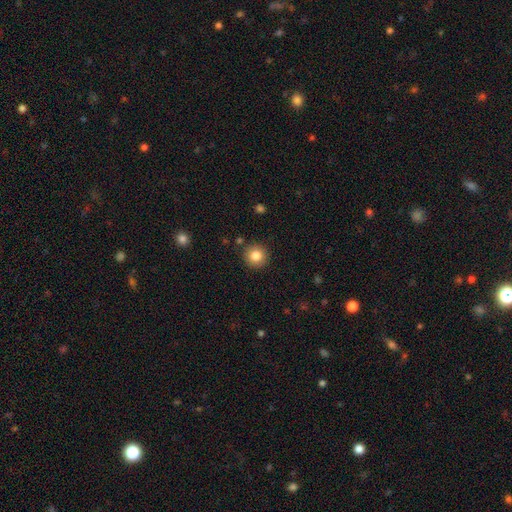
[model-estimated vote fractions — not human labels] A smooth galaxy with no disk features (83%) that is round (94%). Merging: none (89%).